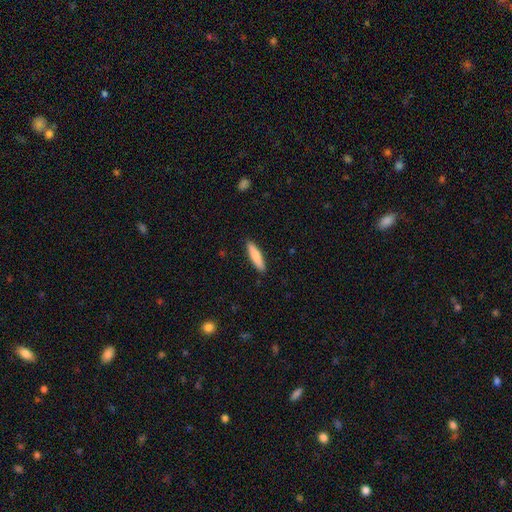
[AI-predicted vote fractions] smooth_or_featured: smooth (p=0.82) [alt: featured or disk p=0.13]
how_rounded: cigar-shaped (p=0.78) [alt: in between p=0.21]
merging: none (p=0.90) [alt: minor disturbance p=0.07]